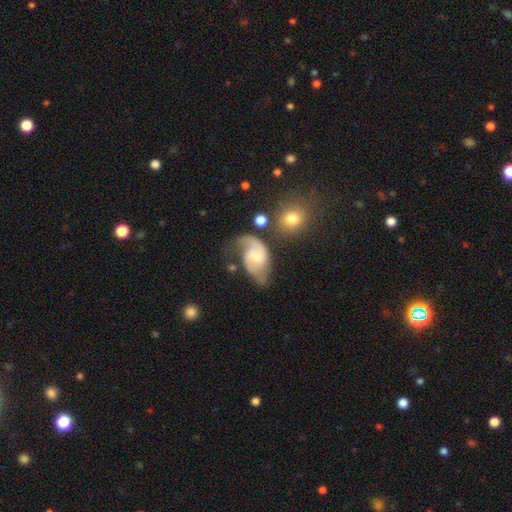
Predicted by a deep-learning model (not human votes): This is clearly a featured or disk galaxy (81%). It is clearly not viewed edge-on (97%). Bar: possibly weak (46%). Spiral arm pattern: clearly yes (94%). Spiral arm count: likely 2 (75%). Spiral winding: possibly medium (49%). Central bulge: possibly moderate (49%). Merging: marginally none (43%).